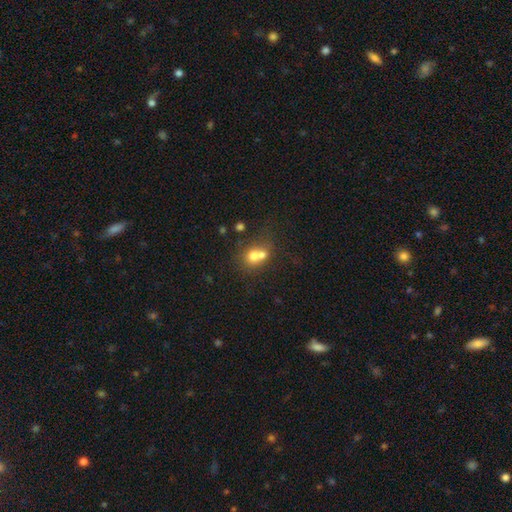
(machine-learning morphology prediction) Smooth or featured? Predicted: smooth (p=0.68). How rounded? Predicted: round (p=0.64). Merging? Predicted: merger (p=0.63).